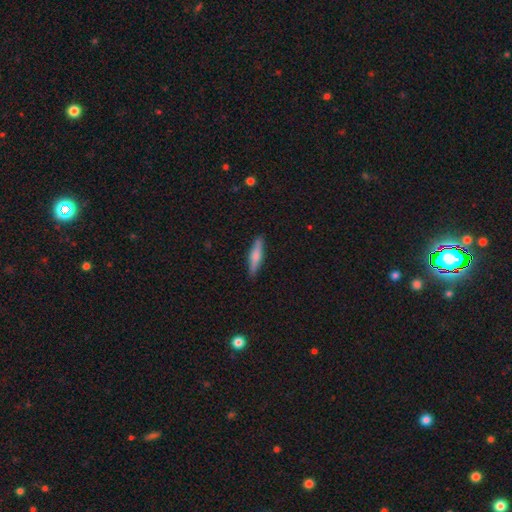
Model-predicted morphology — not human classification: Smooth or featured? smooth (56%)
How rounded? cigar-shaped (83%)
Merging? none (90%)